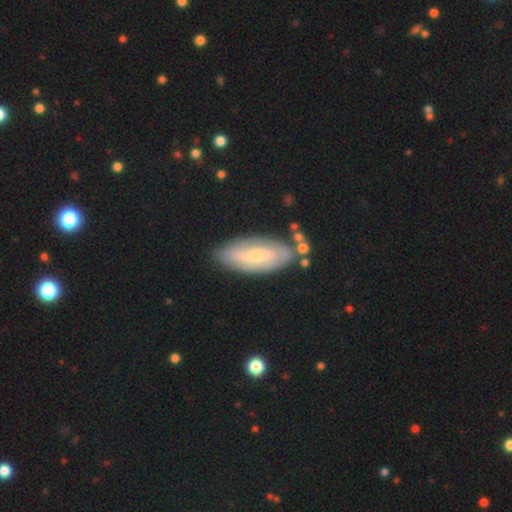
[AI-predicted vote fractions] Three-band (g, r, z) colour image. It shows a featured or disk galaxy (61%) with a weak bar (44%), spiral arms (71%) and a small central bulge (54%). Merging: none (77%).